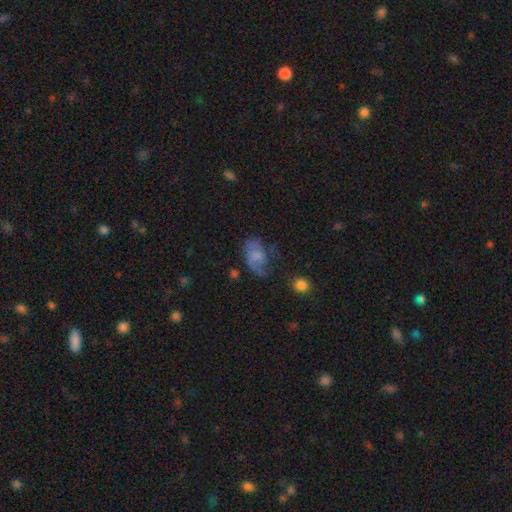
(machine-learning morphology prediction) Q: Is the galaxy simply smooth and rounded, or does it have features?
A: smooth — 54%.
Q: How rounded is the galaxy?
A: in between — 86%.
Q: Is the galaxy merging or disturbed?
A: none — 43%.